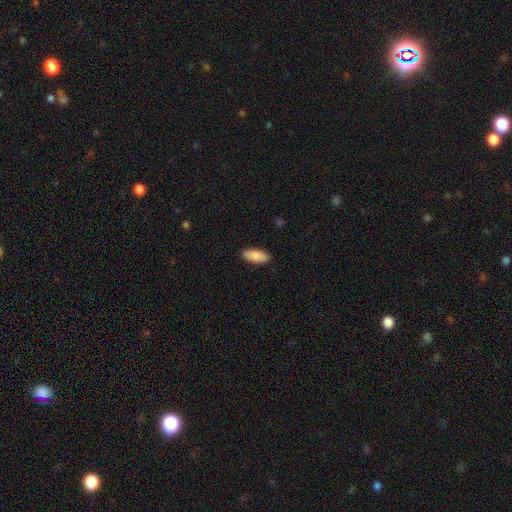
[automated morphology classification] This appears to be a smooth galaxy with no disk features (89%) that is in between round and cigar-shaped (83%). Merging: none (90%).